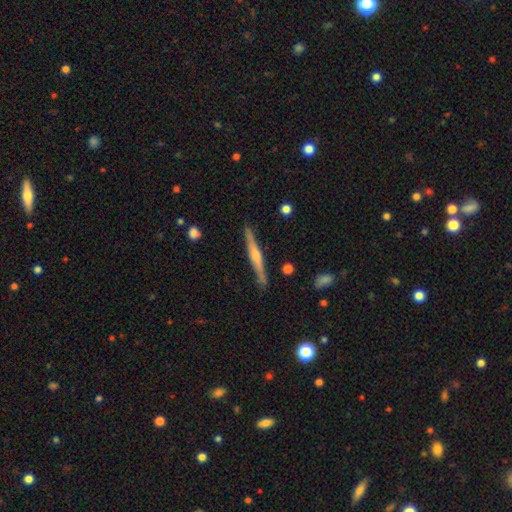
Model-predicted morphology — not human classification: smooth_or_featured: featured or disk (p=0.70) [alt: smooth p=0.25]
disk_edge_on: yes (p=0.98) [alt: no p=0.02]
edge_on_bulge: rounded (p=0.83) [alt: none p=0.10]
merging: none (p=0.88) [alt: minor disturbance p=0.09]